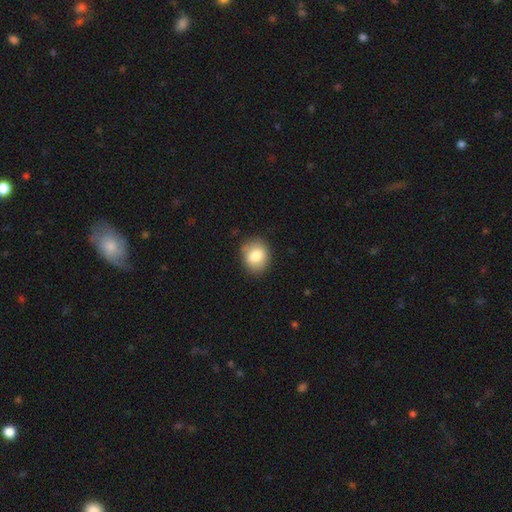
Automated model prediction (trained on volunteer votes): This appears to be a smooth galaxy with no disk features (80%) that is round (61%). Merging: none (83%).